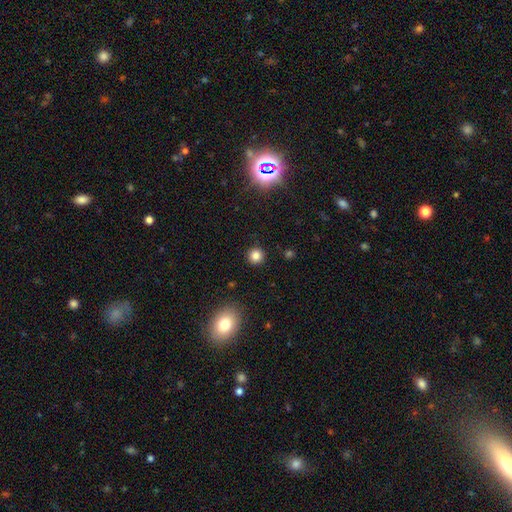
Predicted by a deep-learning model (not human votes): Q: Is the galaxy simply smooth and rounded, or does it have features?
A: smooth — 83%.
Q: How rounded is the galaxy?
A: round — 94%.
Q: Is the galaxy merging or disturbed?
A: none — 91%.